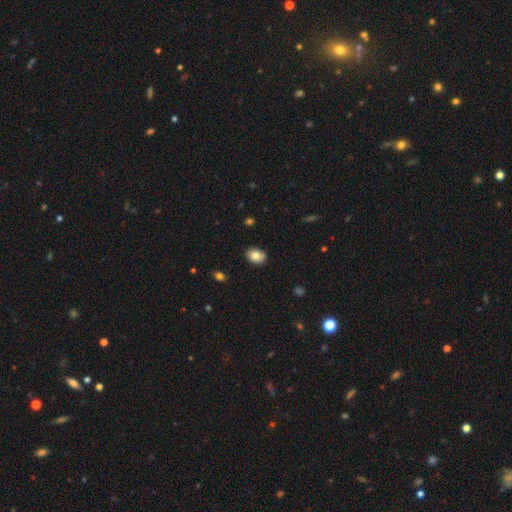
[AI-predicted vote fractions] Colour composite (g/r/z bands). It shows a smooth galaxy with no disk features (81%) that is in between round and cigar-shaped (67%). Merging: none (84%).